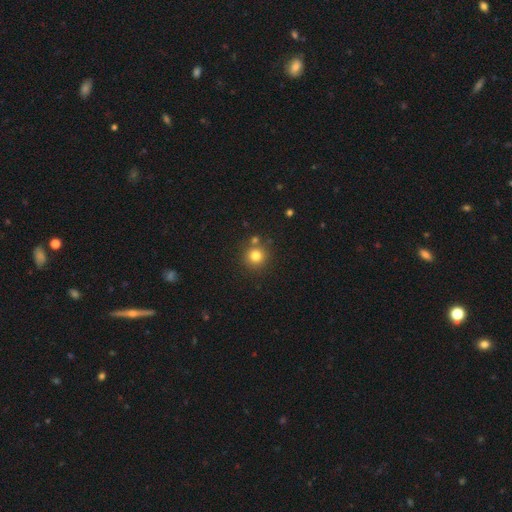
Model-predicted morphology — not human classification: Q: Smooth or featured?
A: smooth (80%); runner-up: star or artifact (13%)
Q: How rounded?
A: round (94%); runner-up: in between (5%)
Q: Merging?
A: none (79%); runner-up: merger (10%)